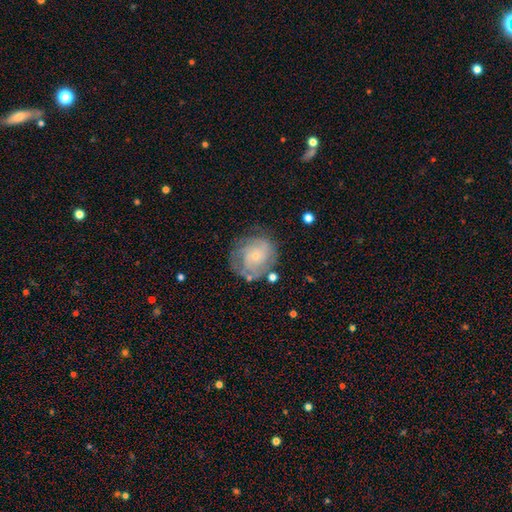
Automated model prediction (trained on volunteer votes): Smooth or featured?
  - featured or disk: 64% *
  - smooth: 28%
  - star or artifact: 8%
Edge-on disk?
  - no: 98% *
  - yes: 2%
Bar?
  - no: 79% *
  - weak: 18%
  - strong: 3%
Spiral arms?
  - yes: 81% *
  - no: 19%
Spiral winding?
  - tight: 58% *
  - medium: 30%
  - loose: 12%
Spiral arm count?
  - can't tell: 47% *
  - 2: 21%
  - 3: 15%
  - 4: 7%
  - 1: 6%
  - more than 4: 4%
Bulge size?
  - small: 79% *
  - moderate: 14%
  - none: 4%
  - large: 2%
  - dominant: 1%
Merging?
  - none: 63% *
  - minor disturbance: 21%
  - major disturbance: 12%
  - merger: 3%